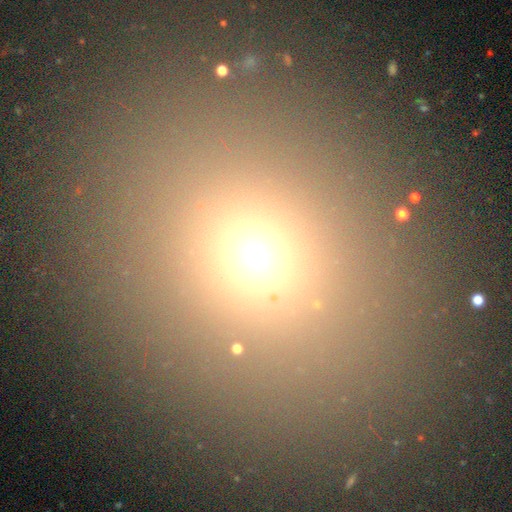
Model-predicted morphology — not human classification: Smooth or featured? smooth (67%)
How rounded? round (73%)
Merging? none (78%)